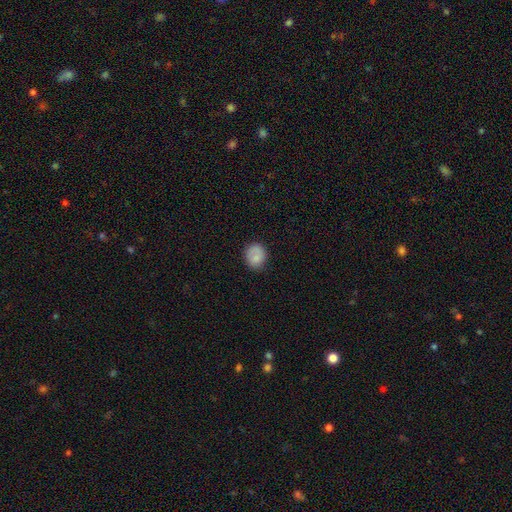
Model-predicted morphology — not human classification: Smooth or featured? smooth (79%)
How rounded? round (73%)
Merging? none (77%)